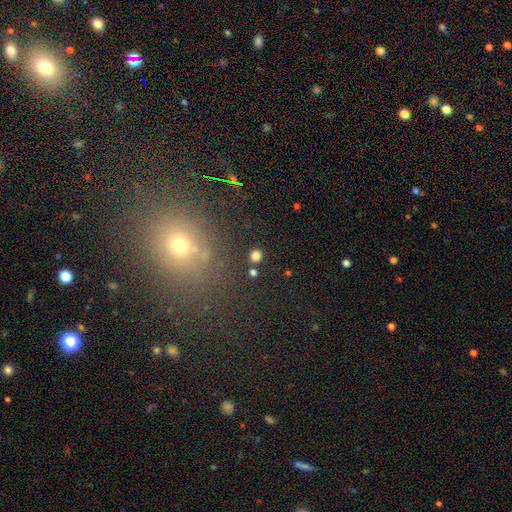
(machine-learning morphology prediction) Smooth or featured? Predicted: smooth (p=0.77). How rounded? Predicted: round (p=0.91). Merging? Predicted: none (p=0.88).